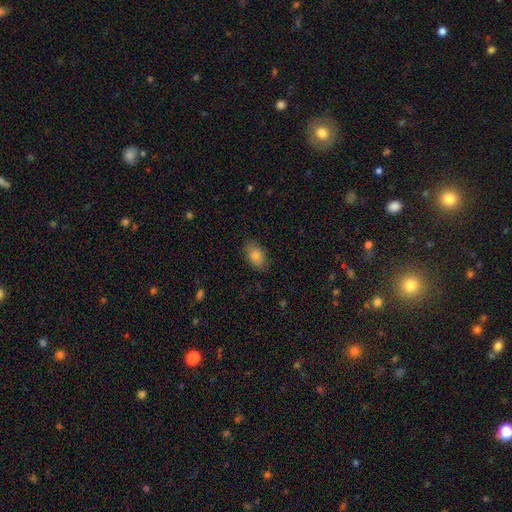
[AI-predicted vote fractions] Smooth or featured? smooth (86%)
How rounded? in between (89%)
Merging? none (82%)